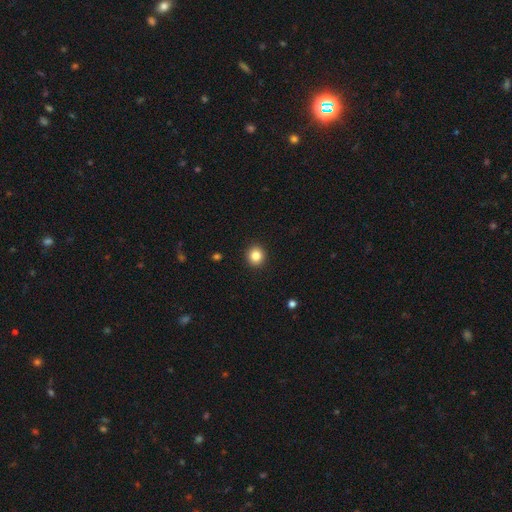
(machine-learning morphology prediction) Overall: smooth (84%). How rounded: round (89%). Merging: none (93%).